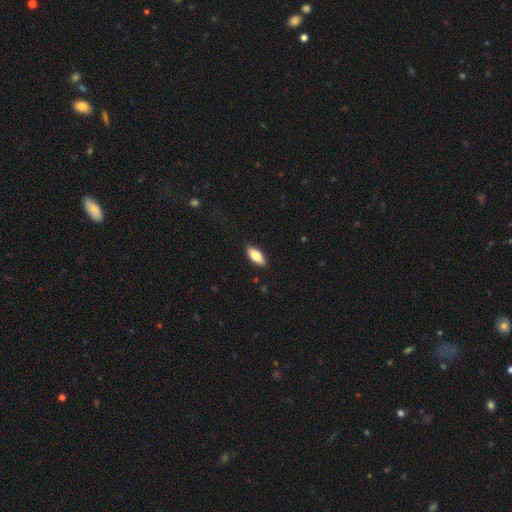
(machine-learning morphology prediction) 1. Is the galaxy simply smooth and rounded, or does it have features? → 71% smooth, 23% featured or disk, 6% star or artifact.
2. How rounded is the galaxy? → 77% in between, 20% cigar-shaped, 3% round.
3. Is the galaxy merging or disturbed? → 88% none, 9% minor disturbance, 2% major disturbance, 1% merger.